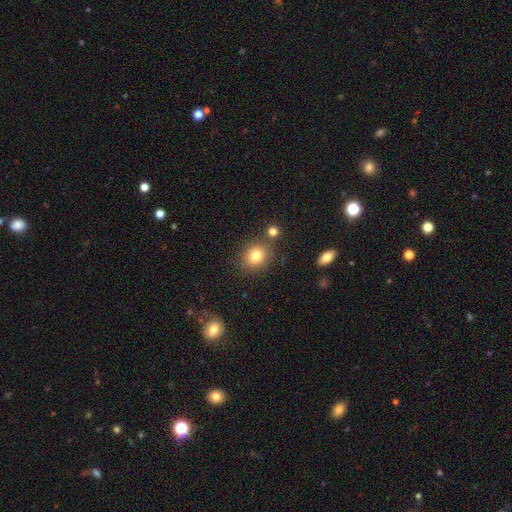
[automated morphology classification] Smooth or featured? Predicted: smooth (p=0.79). How rounded? Predicted: round (p=0.73). Merging? Predicted: none (p=0.79).